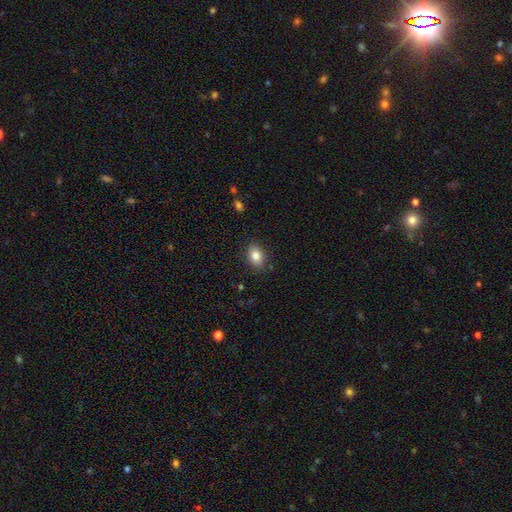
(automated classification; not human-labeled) A smooth galaxy with no disk features (84%) that is in between round and cigar-shaped (80%). Merging: none (87%).